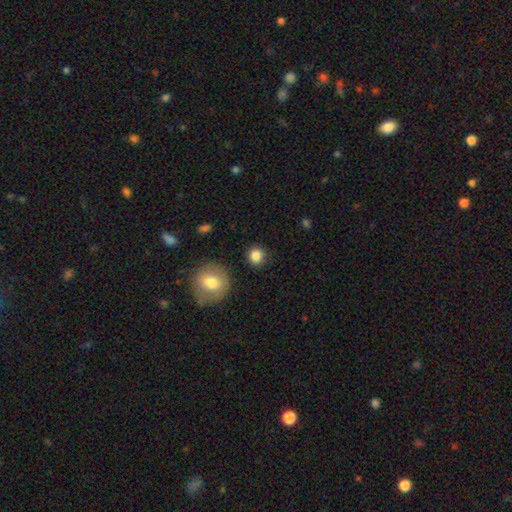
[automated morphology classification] smooth-or-featured: smooth: 85% | star or artifact: 10% | featured or disk: 5%
  how-rounded: round: 89% | in between: 10% | cigar-shaped: 1%
  merging: none: 88% | minor disturbance: 7% | major disturbance: 2% | merger: 2%